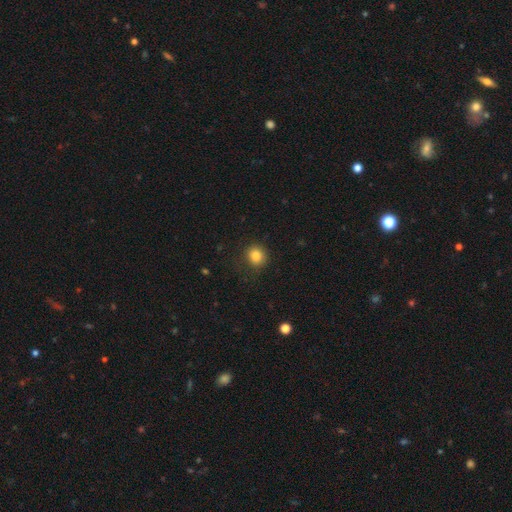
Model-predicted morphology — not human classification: Smooth or featured? smooth (84%)
How rounded? round (84%)
Merging? none (85%)